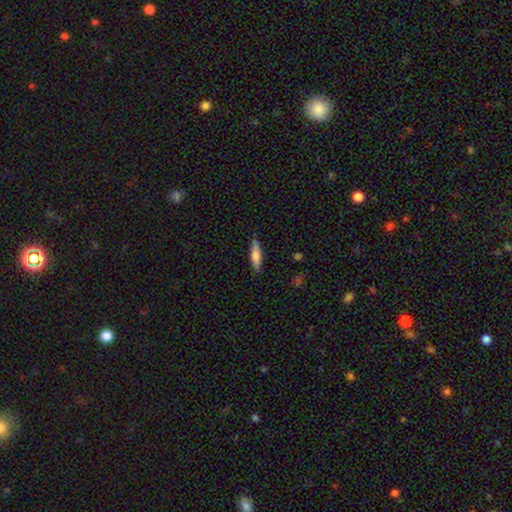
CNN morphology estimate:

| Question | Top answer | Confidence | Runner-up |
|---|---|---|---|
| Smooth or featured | smooth | 66% | featured or disk (28%) |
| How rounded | cigar-shaped | 76% | in between (22%) |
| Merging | none | 87% | minor disturbance (10%) |